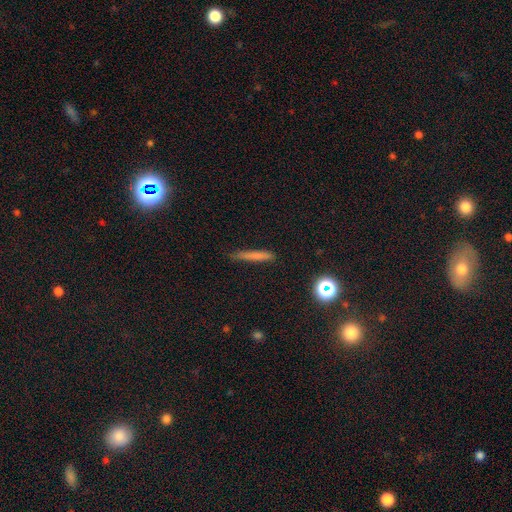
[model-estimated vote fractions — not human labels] Smooth or featured: smooth — 71% (featured or disk — 18%)
How rounded: cigar-shaped — 92% (in between — 5%)
Merging: none — 78% (minor disturbance — 16%)